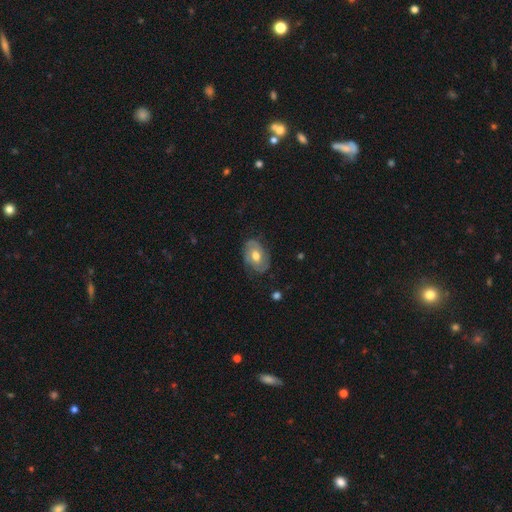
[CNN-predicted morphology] A featured or disk galaxy (60%) with no bar (61%), spiral arms (76%) and a moderate central bulge (75%). Merging: none (73%).